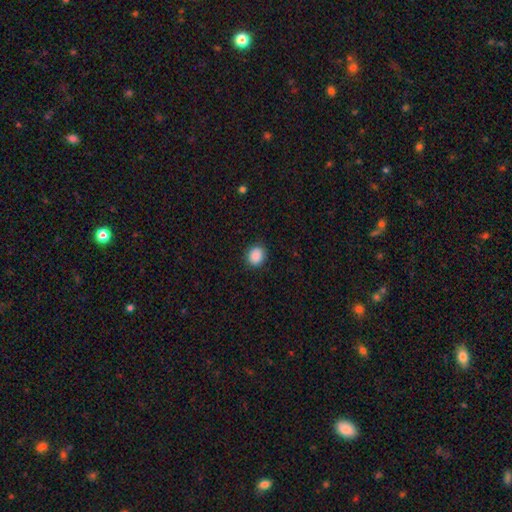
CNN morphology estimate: Q: Smooth or featured?
A: smooth (89%); runner-up: star or artifact (9%)
Q: How rounded?
A: round (67%); runner-up: in between (32%)
Q: Merging?
A: none (89%); runner-up: minor disturbance (8%)